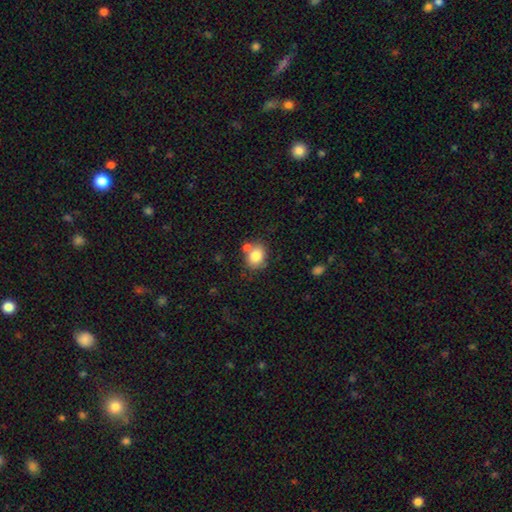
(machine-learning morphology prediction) Q: Smooth or featured?
A: smooth (81%); runner-up: featured or disk (10%)
Q: How rounded?
A: in between (50%); runner-up: round (49%)
Q: Merging?
A: none (62%); runner-up: merger (20%)